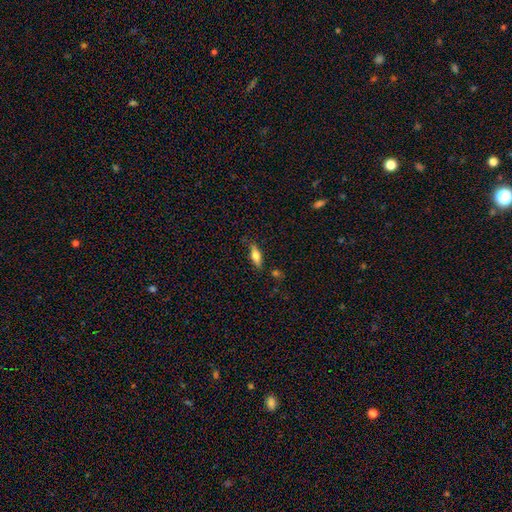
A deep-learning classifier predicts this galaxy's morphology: Smooth or featured? smooth (60%)
How rounded? in between (55%)
Merging? none (79%)